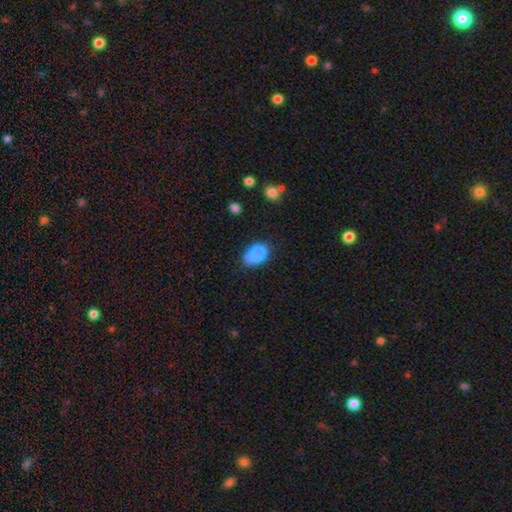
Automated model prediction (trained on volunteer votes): smooth_or_featured: smooth (p=0.75) [alt: featured or disk p=0.15]
how_rounded: in between (p=0.75) [alt: round p=0.23]
merging: none (p=0.36) [alt: merger p=0.28]